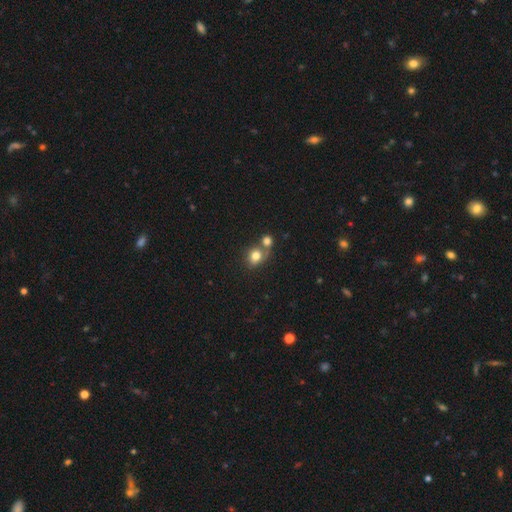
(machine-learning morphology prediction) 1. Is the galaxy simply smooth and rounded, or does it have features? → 78% smooth, 12% featured or disk, 11% star or artifact.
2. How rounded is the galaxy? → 67% round, 32% in between, 1% cigar-shaped.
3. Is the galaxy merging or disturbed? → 47% merger, 37% none, 10% minor disturbance, 5% major disturbance.